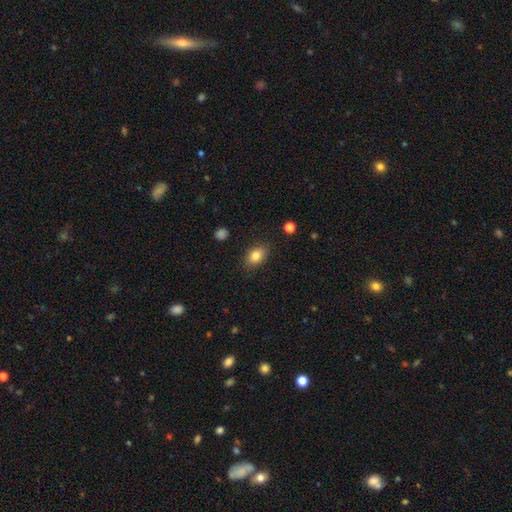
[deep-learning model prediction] Smooth or featured?
  - smooth: 83% *
  - star or artifact: 9%
  - featured or disk: 8%
How rounded?
  - in between: 78% *
  - round: 20%
  - cigar-shaped: 1%
Merging?
  - none: 85% *
  - minor disturbance: 11%
  - major disturbance: 3%
  - merger: 1%